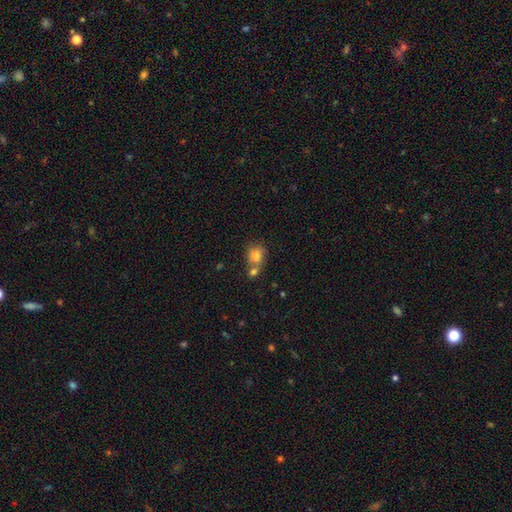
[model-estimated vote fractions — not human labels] Smooth or featured: smooth — 79% (featured or disk — 11%)
How rounded: round — 66% (in between — 32%)
Merging: merger — 43% (none — 40%)